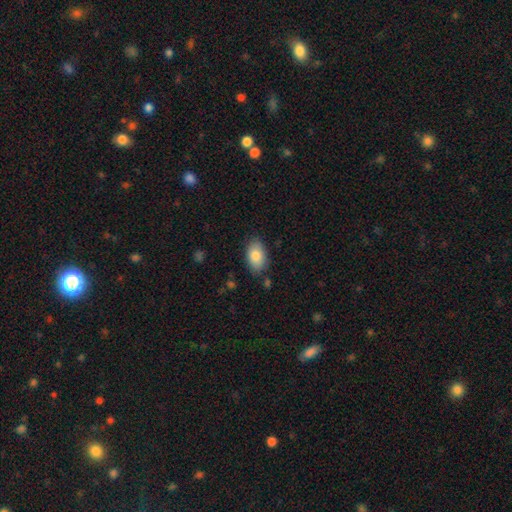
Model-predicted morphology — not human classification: Overall: smooth (84%). How rounded: in between (93%). Merging: none (82%).